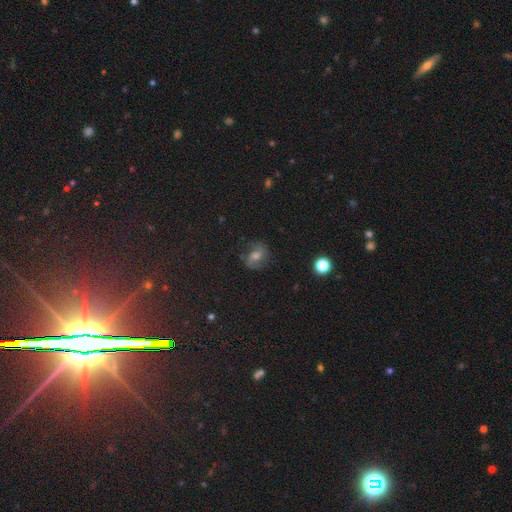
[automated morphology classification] A featured or disk galaxy (57%) with a weak bar (47%), spiral arms (89%) and a moderate central bulge (64%). Merging: none (78%).